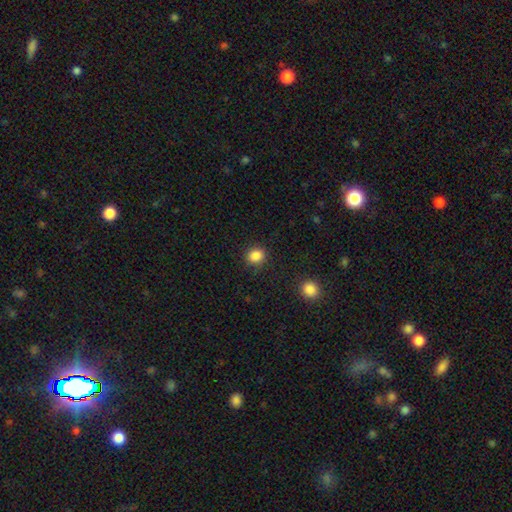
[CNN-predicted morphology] The model was most divided on "how rounded": round: 72%, in between: 27%, cigar-shaped: 1%. More confident: merging — none (88%); smooth or featured — smooth (87%).